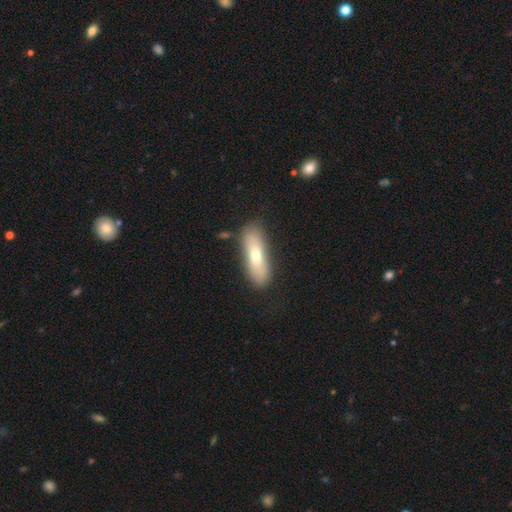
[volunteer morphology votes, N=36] Smooth or featured? 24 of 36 (67%) said smooth. How rounded? 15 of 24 (62%) said cigar-shaped. Merging? 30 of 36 (83%) said none.